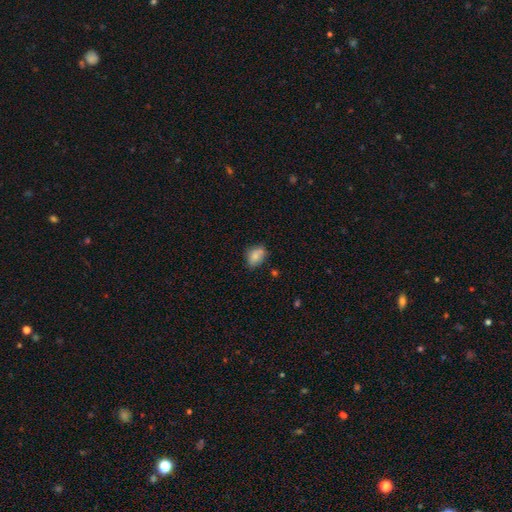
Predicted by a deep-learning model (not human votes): The model was most divided on "merging": none: 61%, minor disturbance: 25%, merger: 8%, major disturbance: 5%. More confident: smooth or featured — smooth (78%); how rounded — in between (72%).